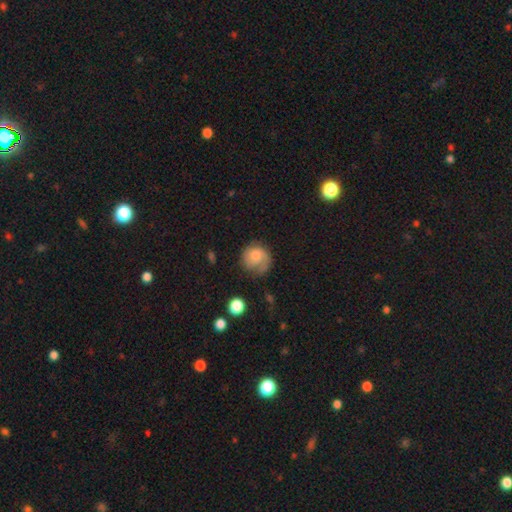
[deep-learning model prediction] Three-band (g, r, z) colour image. It shows a smooth galaxy with no disk features (50%) that is round (81%). Merging: none (55%).